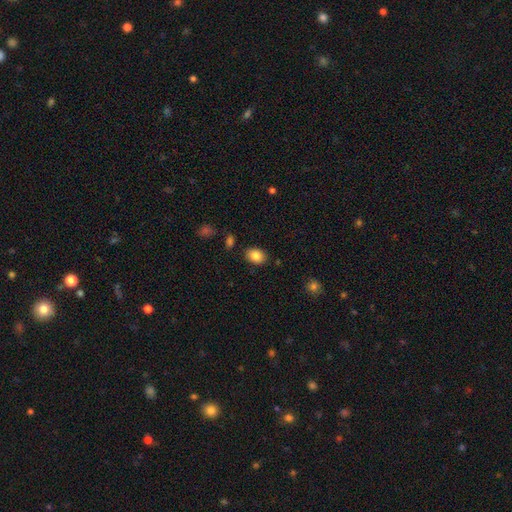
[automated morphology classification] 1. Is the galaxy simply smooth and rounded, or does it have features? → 86% smooth, 8% star or artifact, 6% featured or disk.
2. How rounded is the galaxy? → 71% in between, 28% round, 1% cigar-shaped.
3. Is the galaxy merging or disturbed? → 86% none, 9% minor disturbance, 2% major disturbance, 2% merger.